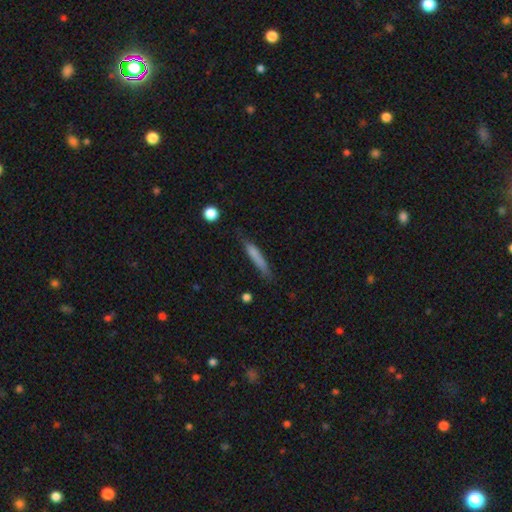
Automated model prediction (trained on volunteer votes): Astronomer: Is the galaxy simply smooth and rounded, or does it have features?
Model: smooth — 75%.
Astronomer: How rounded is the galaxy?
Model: cigar-shaped — 92%.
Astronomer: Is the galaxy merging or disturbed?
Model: none — 72%.